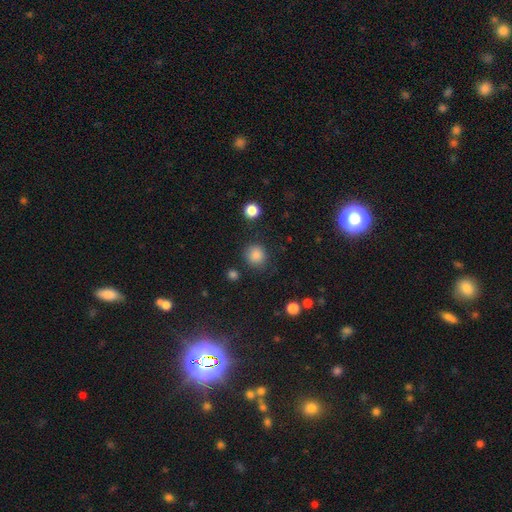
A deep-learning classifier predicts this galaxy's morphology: A smooth galaxy with no disk features (84%) that is round (88%).

Vote fractions:
- Smooth or featured? smooth: 84% / star or artifact: 12% / featured or disk: 4%
- How rounded? round: 88% / in between: 11% / cigar-shaped: 1%
- Merging? none: 84% / minor disturbance: 10% / major disturbance: 4% / merger: 3%